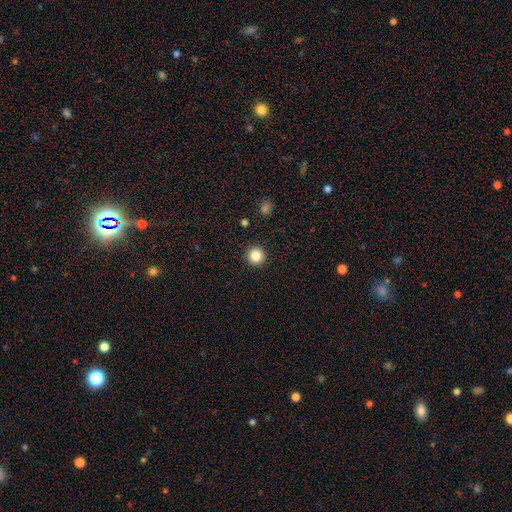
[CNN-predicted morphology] type=smooth (84%); roundness=round (96%); merging=none (93%).